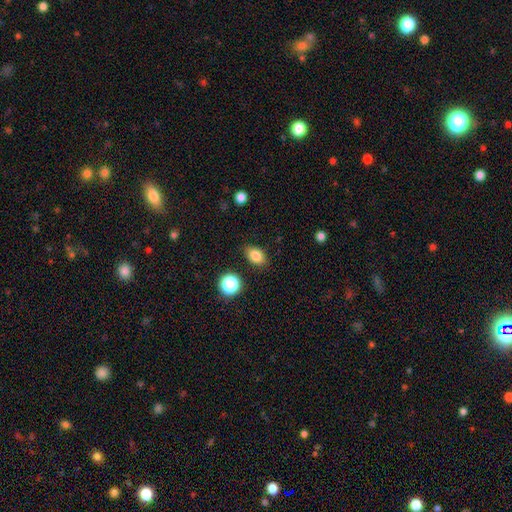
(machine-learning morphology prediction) Smooth or featured?
  - smooth: 83% *
  - star or artifact: 11%
  - featured or disk: 7%
How rounded?
  - in between: 82% *
  - round: 16%
  - cigar-shaped: 2%
Merging?
  - none: 84% *
  - minor disturbance: 11%
  - major disturbance: 3%
  - merger: 2%